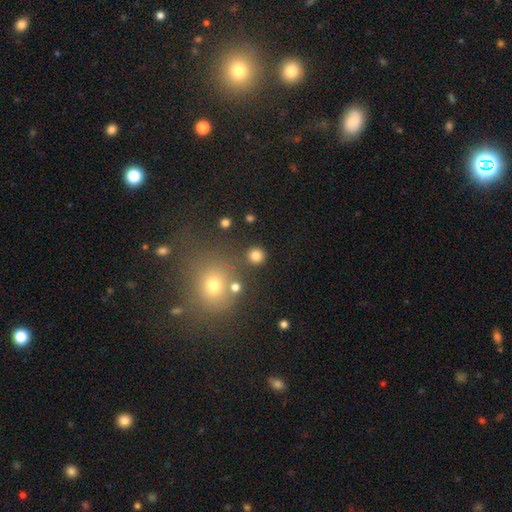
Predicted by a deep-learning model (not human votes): This appears to be a smooth galaxy with no disk features (81%) that is round (93%). Merging: none (85%).